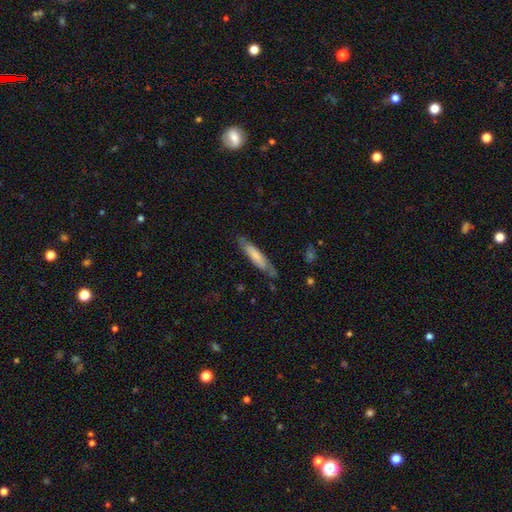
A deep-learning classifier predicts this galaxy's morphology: Overall: smooth (63%; featured or disk 32%). How rounded: cigar-shaped (79%). Merging: none (71%).